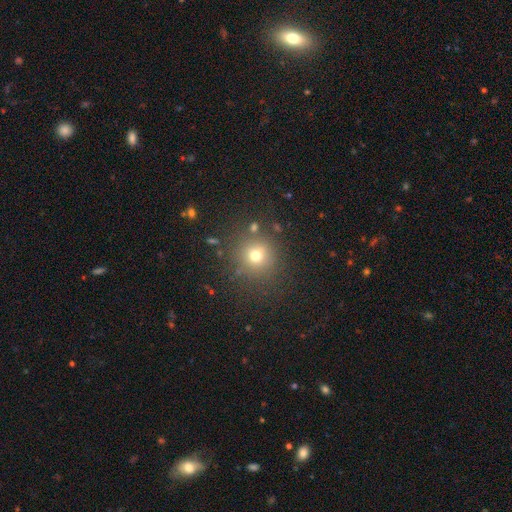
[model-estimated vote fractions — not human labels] Smooth or featured: smooth — 70% (star or artifact — 20%)
How rounded: round — 93% (in between — 6%)
Merging: none — 83% (minor disturbance — 9%)